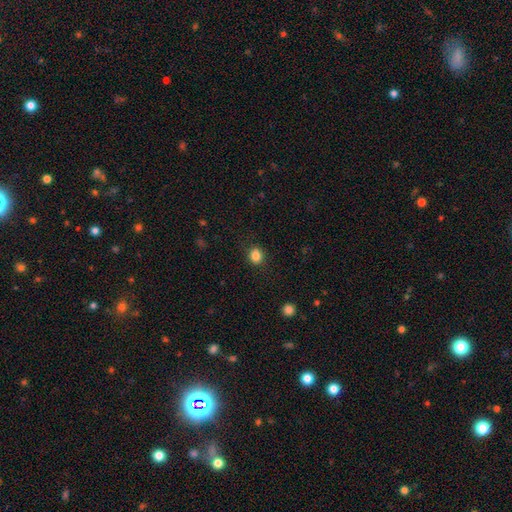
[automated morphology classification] Smooth or featured? Predicted: smooth (p=0.85). How rounded? Predicted: round (p=0.73). Merging? Predicted: none (p=0.87).